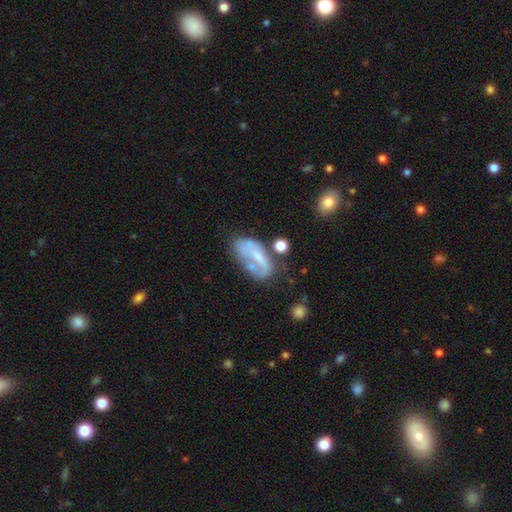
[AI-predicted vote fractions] smooth_or_featured: featured or disk (p=0.52) [alt: smooth p=0.38]
disk_edge_on: no (p=0.94) [alt: yes p=0.06]
merging: none (p=0.36) [alt: minor disturbance p=0.25]